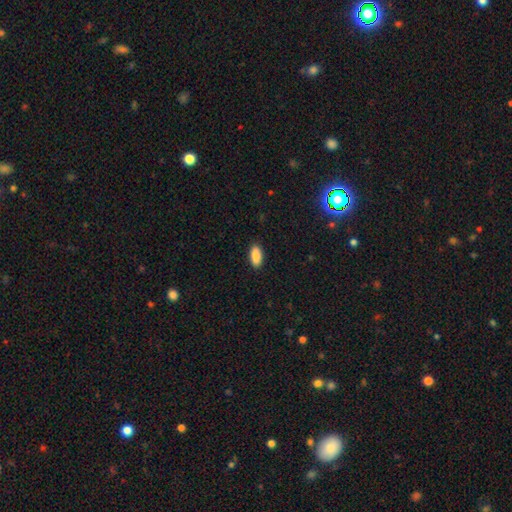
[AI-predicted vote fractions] Q: Smooth or featured?
A: smooth (88%); runner-up: star or artifact (7%)
Q: How rounded?
A: in between (88%); runner-up: cigar-shaped (10%)
Q: Merging?
A: none (90%); runner-up: minor disturbance (8%)